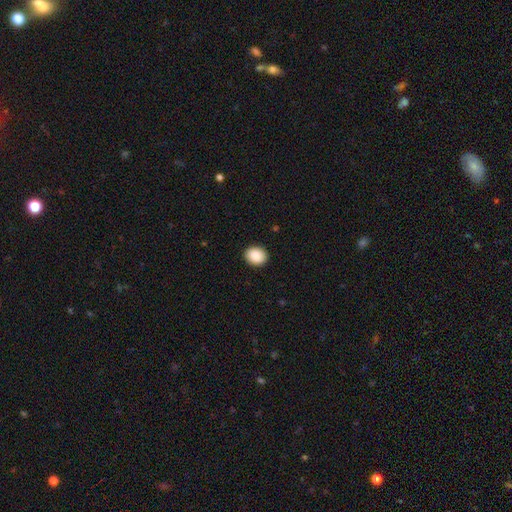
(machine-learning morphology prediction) smooth-or-featured: smooth: 89% | star or artifact: 8% | featured or disk: 3%
  how-rounded: round: 54% | in between: 45% | cigar-shaped: 1%
  merging: none: 91% | minor disturbance: 6% | major disturbance: 2% | merger: 1%